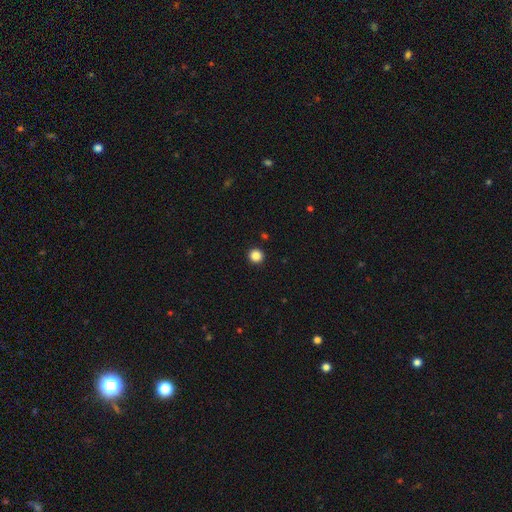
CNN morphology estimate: This is clearly a smooth galaxy (86%). How rounded: clearly round (95%). Merging: clearly none (93%).